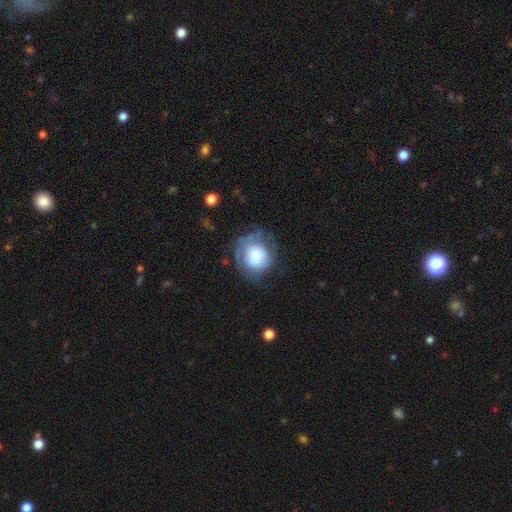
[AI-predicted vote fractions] Smooth or featured: smooth — 59% (featured or disk — 33%)
How rounded: round — 85% (in between — 14%)
Merging: none — 53% (minor disturbance — 25%)